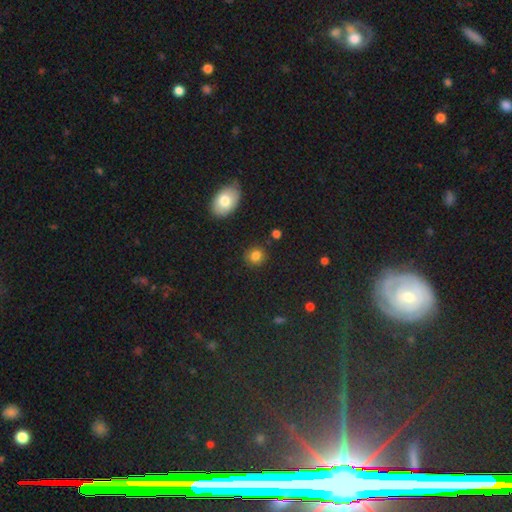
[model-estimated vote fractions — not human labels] Smooth or featured? Predicted: smooth (p=0.82). How rounded? Predicted: round (p=0.80). Merging? Predicted: none (p=0.86).